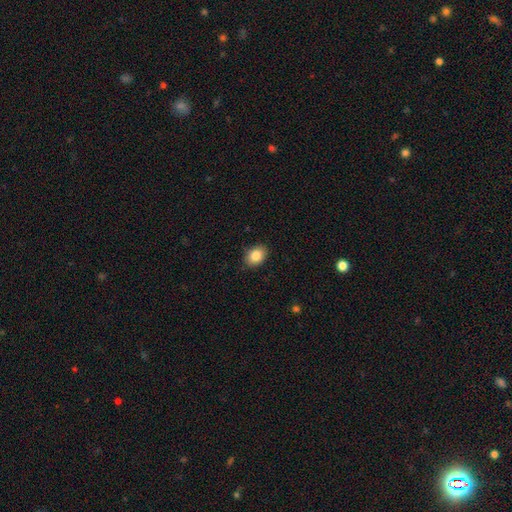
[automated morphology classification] A smooth galaxy with no disk features (85%) that is in between round and cigar-shaped (69%). Merging: none (86%).